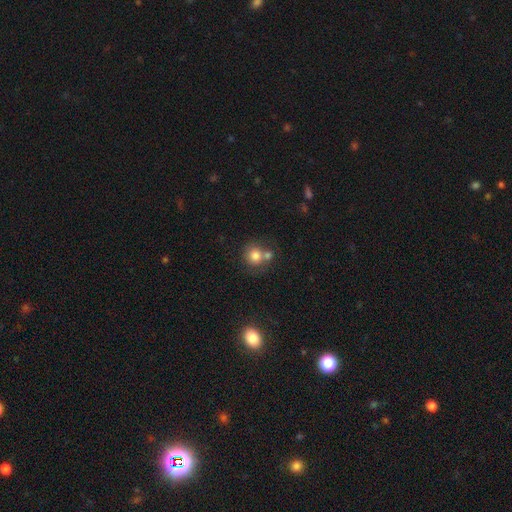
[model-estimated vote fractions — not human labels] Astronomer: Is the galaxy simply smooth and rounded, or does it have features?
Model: smooth — 79%.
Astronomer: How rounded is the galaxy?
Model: round — 86%.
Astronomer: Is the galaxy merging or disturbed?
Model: none — 49% (runner-up: merger, 38%).